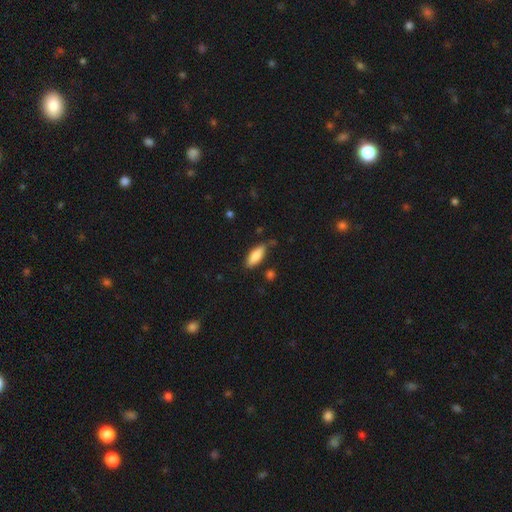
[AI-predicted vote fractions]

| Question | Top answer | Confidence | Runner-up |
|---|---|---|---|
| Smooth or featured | smooth | 83% | featured or disk (11%) |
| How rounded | in between | 72% | cigar-shaped (26%) |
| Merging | none | 76% | minor disturbance (17%) |